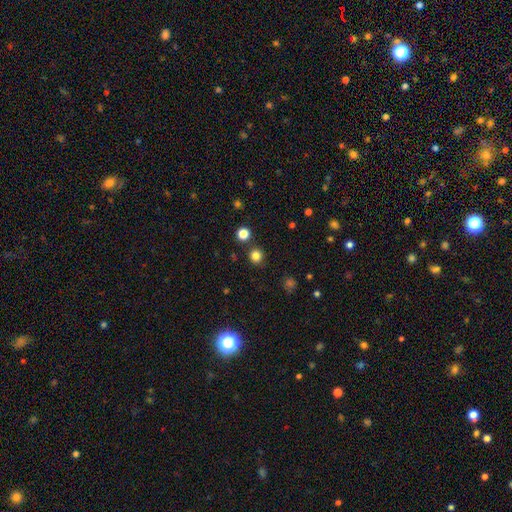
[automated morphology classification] Smooth or featured?
  - smooth: 81% *
  - star or artifact: 15%
  - featured or disk: 4%
How rounded?
  - round: 93% *
  - in between: 6%
  - cigar-shaped: 1%
Merging?
  - none: 88% *
  - minor disturbance: 6%
  - merger: 4%
  - major disturbance: 2%